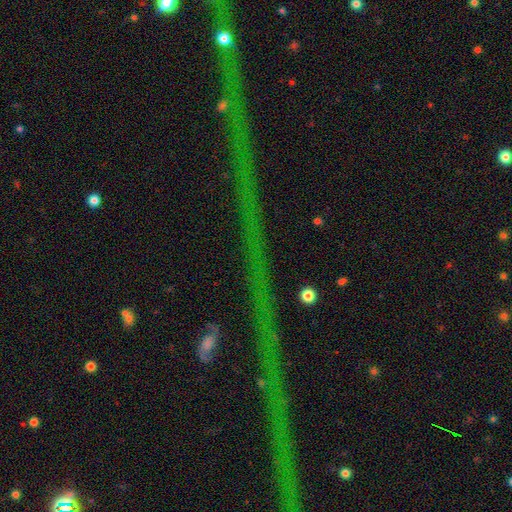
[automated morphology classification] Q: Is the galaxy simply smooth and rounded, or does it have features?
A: star or artifact — 59%.